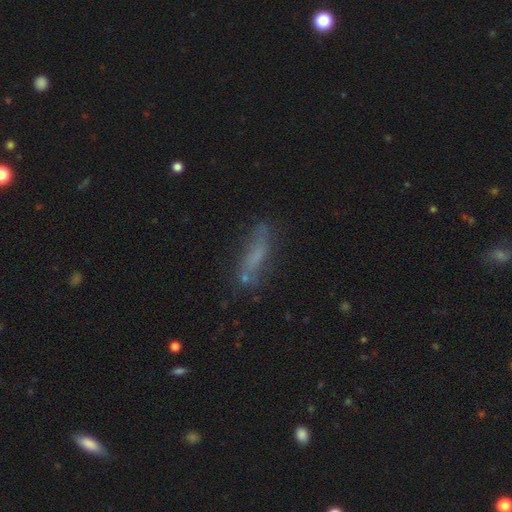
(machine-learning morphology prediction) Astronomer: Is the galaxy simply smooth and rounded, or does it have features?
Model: smooth — 52% (runner-up: featured or disk, 34%).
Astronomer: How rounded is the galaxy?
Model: cigar-shaped — 68%.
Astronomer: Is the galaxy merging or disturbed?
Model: none — 60%.